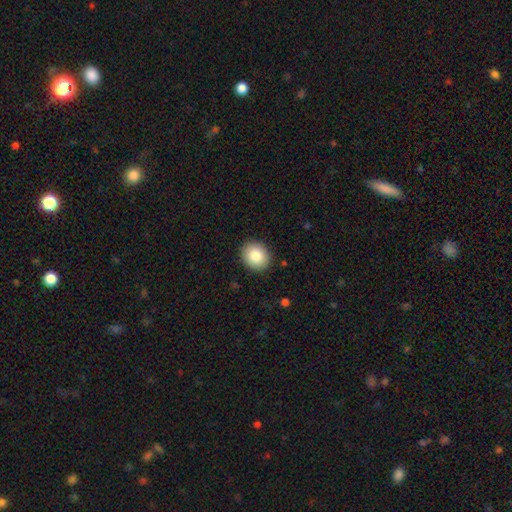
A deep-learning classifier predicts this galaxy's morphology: Overall: smooth (84%). How rounded: round (67%; in between 32%). Merging: none (90%).